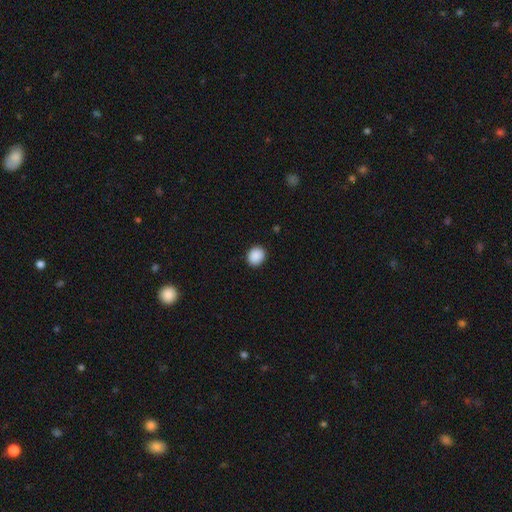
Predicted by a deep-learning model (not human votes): smooth 90%, star or artifact 8%, featured or disk 2%. Down the decision tree: how rounded — round (69%); merging — none (91%).